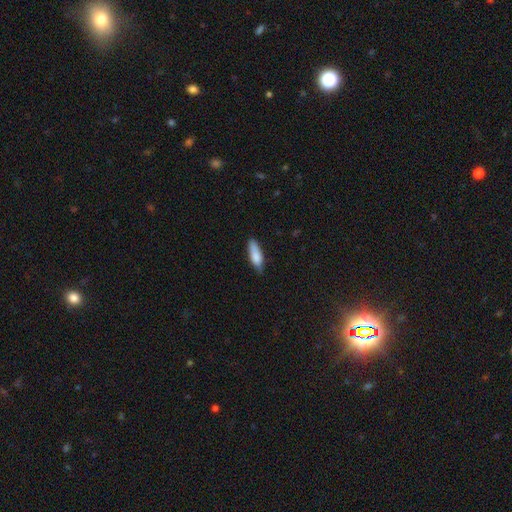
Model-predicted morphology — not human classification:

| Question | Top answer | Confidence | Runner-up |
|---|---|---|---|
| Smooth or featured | smooth | 83% | featured or disk (11%) |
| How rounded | in between | 51% | cigar-shaped (47%) |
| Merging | none | 70% | minor disturbance (25%) |